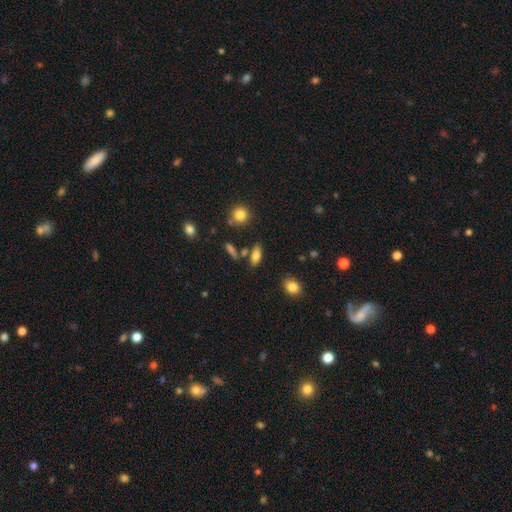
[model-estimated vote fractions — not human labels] Overall: smooth (76%). How rounded: in between (75%). Merging: none (73%).